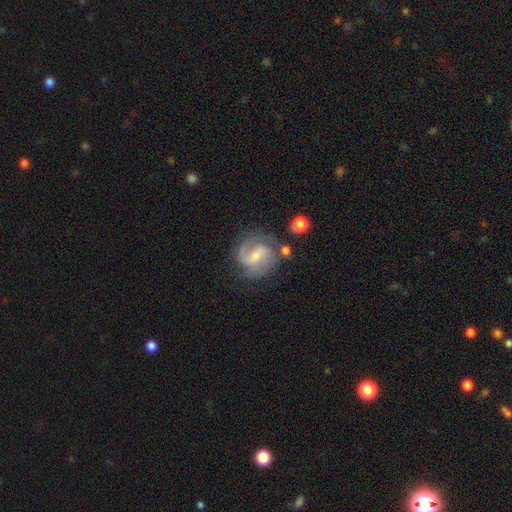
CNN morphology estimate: Overall: featured or disk (77%). Edge-on disk: no (98%). Bar: weak (55%; strong 24%). Spiral arms: yes (93%). Spiral arm count: 2 (74%). Spiral winding: medium (50%; loose 28%). Bulge size: small (56%; moderate 33%). Merging: none (65%).